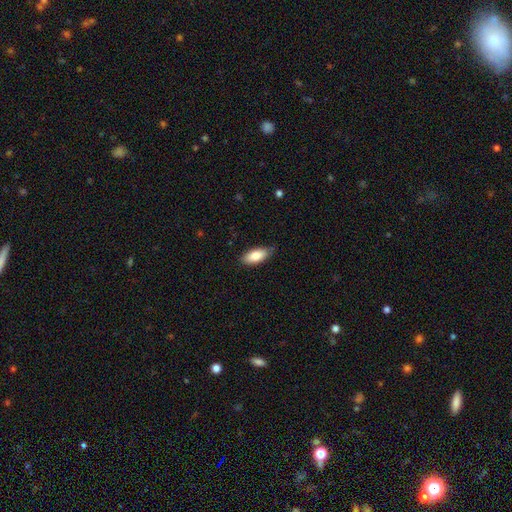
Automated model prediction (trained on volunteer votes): A smooth galaxy with no disk features (84%) that is in between round and cigar-shaped (84%). Merging: none (79%).